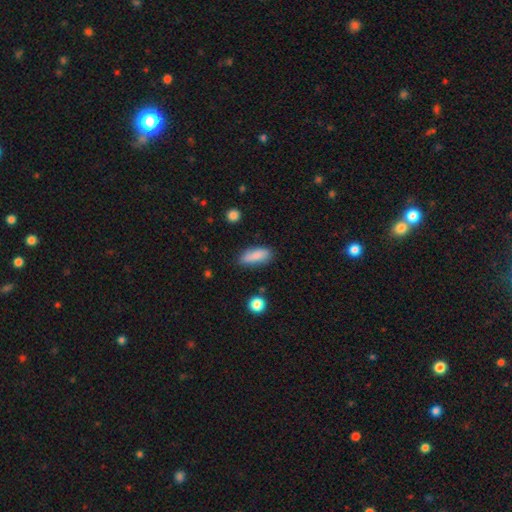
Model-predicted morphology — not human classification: smooth_or_featured: smooth (p=0.85) [alt: featured or disk p=0.08]
how_rounded: in between (p=0.71) [alt: cigar-shaped p=0.27]
merging: none (p=0.74) [alt: minor disturbance p=0.19]